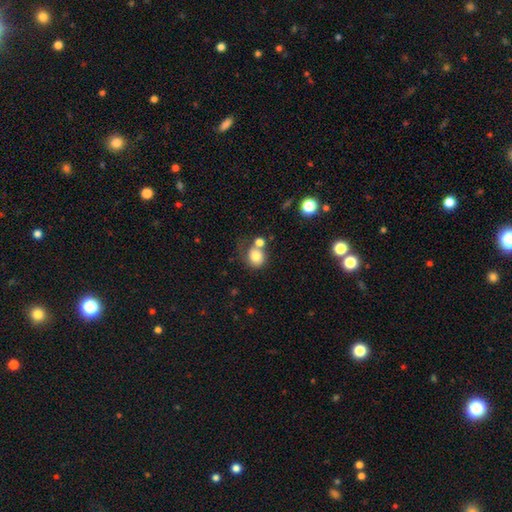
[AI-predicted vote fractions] Smooth or featured? smooth (79%)
How rounded? round (74%)
Merging? none (42%)